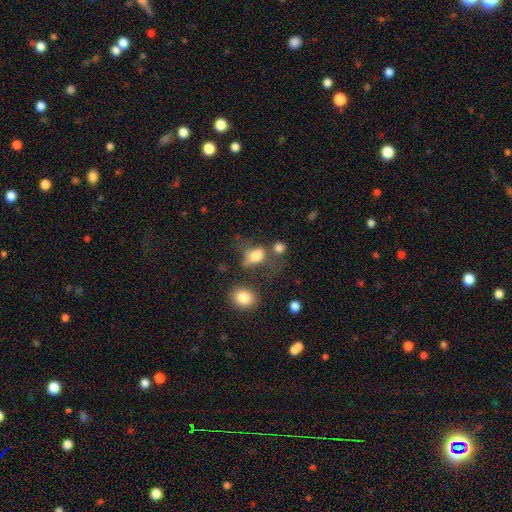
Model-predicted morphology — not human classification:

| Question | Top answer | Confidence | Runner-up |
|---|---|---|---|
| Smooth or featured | smooth | 72% | featured or disk (16%) |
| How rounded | in between | 76% | round (19%) |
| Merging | none | 31% | major disturbance (29%) |